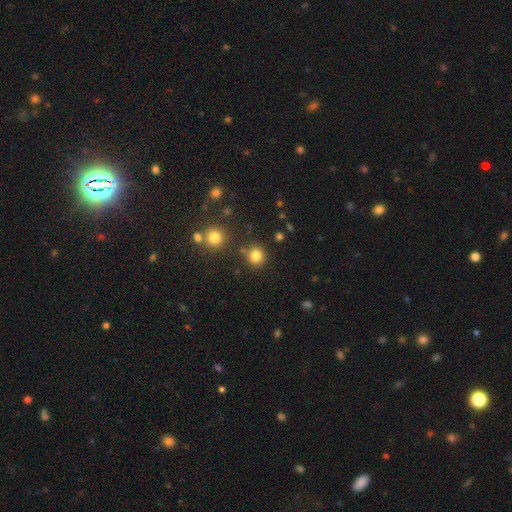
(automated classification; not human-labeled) Smooth or featured? smooth (82%)
How rounded? round (92%)
Merging? none (83%)